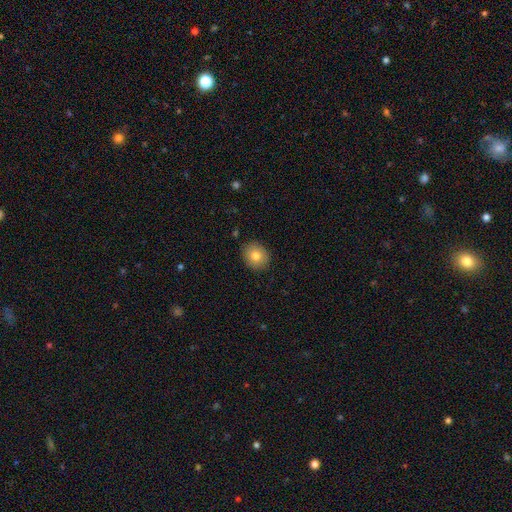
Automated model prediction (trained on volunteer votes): smooth-or-featured: smooth: 80% | featured or disk: 12% | star or artifact: 8%
  how-rounded: round: 70% | in between: 29% | cigar-shaped: 1%
  merging: none: 88% | minor disturbance: 9% | major disturbance: 2% | merger: 1%